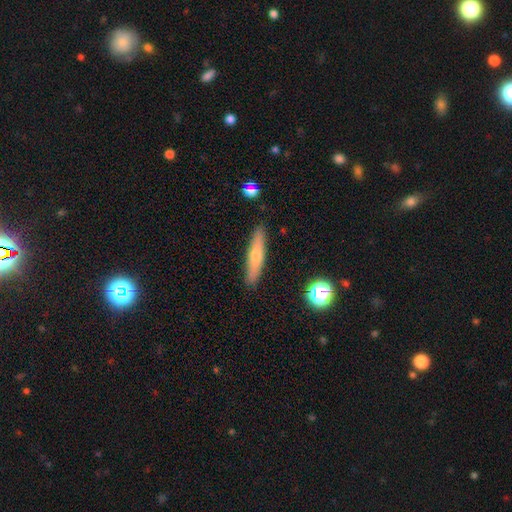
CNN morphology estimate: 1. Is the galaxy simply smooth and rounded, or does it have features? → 55% smooth, 37% featured or disk, 7% star or artifact.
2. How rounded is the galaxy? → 86% cigar-shaped, 12% in between, 2% round.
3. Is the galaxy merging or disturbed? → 90% none, 7% minor disturbance, 2% major disturbance, 1% merger.